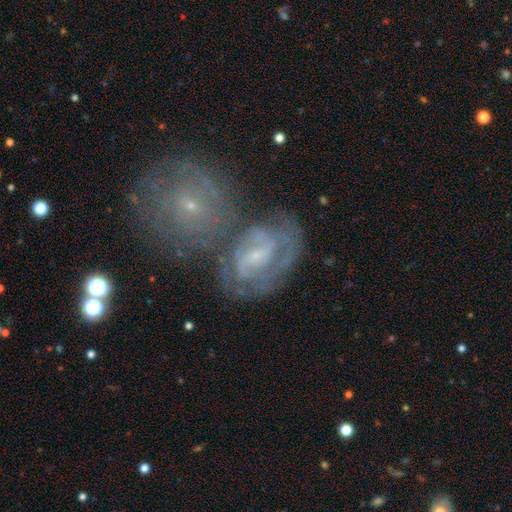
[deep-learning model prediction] A featured or disk galaxy (82%) with a weak bar (47%), 2 (44%) medium (44%) spiral arms (89%) and a small central bulge (75%). Merging: none (45%).